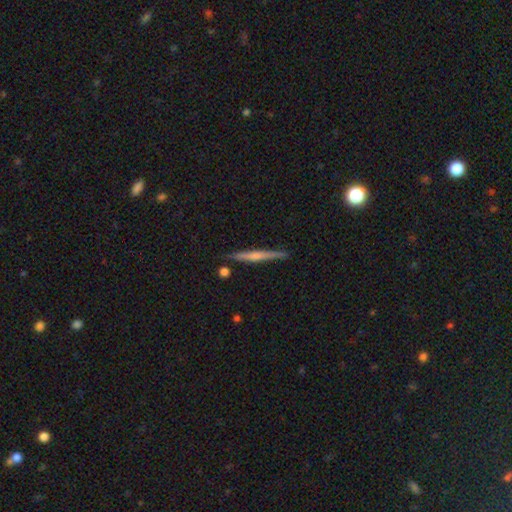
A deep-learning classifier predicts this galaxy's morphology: Smooth or featured?
  - featured or disk: 53% *
  - smooth: 41%
  - star or artifact: 6%
Edge-on disk?
  - yes: 97% *
  - no: 3%
Edge-on bulge?
  - none: 43% *
  - rounded: 42%
  - boxy: 15%
Merging?
  - none: 86% *
  - minor disturbance: 10%
  - merger: 2%
  - major disturbance: 2%